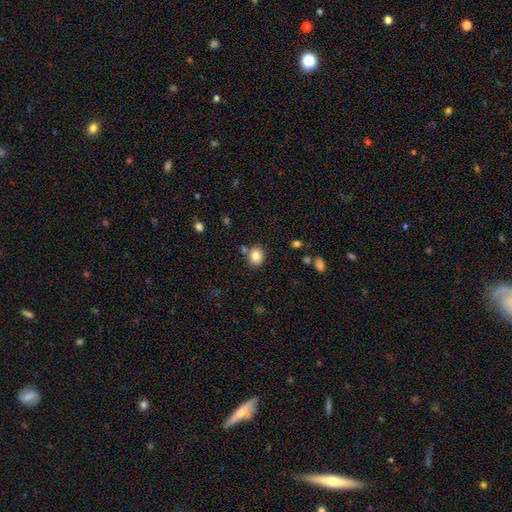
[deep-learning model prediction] Smooth or featured: smooth — 83% (star or artifact — 10%)
How rounded: round — 72% (in between — 28%)
Merging: none — 76% (minor disturbance — 11%)